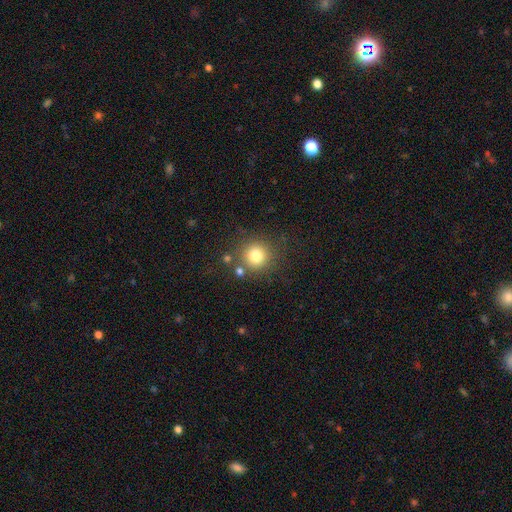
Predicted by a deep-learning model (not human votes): A smooth galaxy with no disk features (79%) that is round (93%). Merging: none (80%).